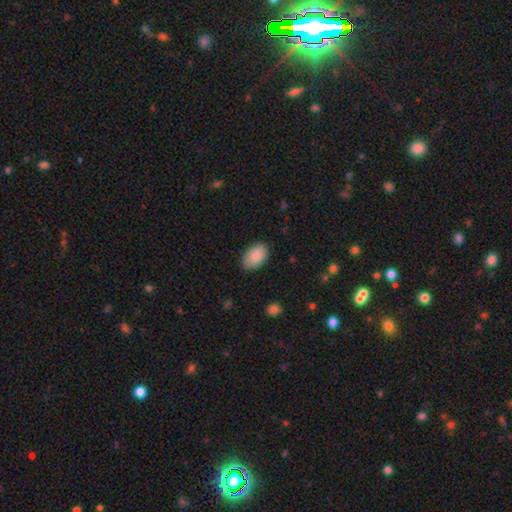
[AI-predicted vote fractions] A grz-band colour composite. It shows a smooth galaxy with no disk features (88%) that is in between round and cigar-shaped (92%). Merging: none (84%).